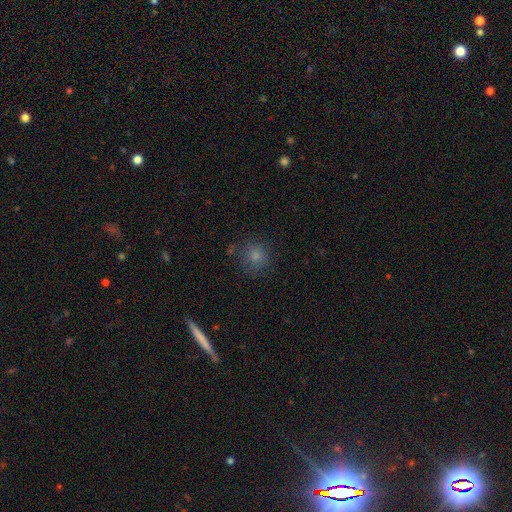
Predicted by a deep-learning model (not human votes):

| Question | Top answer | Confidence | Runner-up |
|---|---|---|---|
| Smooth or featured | smooth | 78% | star or artifact (14%) |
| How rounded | round | 89% | in between (10%) |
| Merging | none | 76% | minor disturbance (16%) |